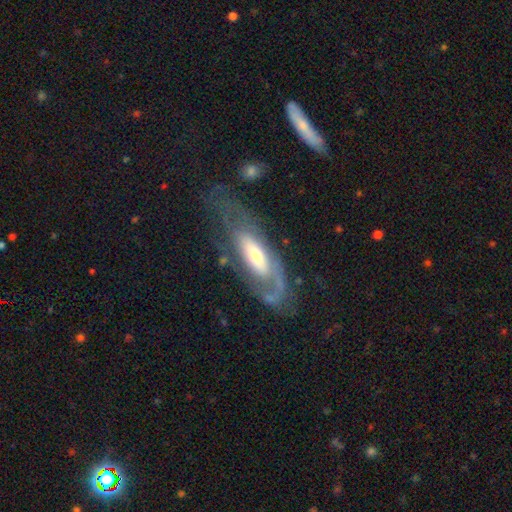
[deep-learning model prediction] Overall: featured or disk (73%). Edge-on disk: no (84%). Bar: no (56%; weak 29%). Spiral arms: yes (76%). Bulge size: moderate (53%; small 24%). Merging: none (50%; major disturbance 27%).